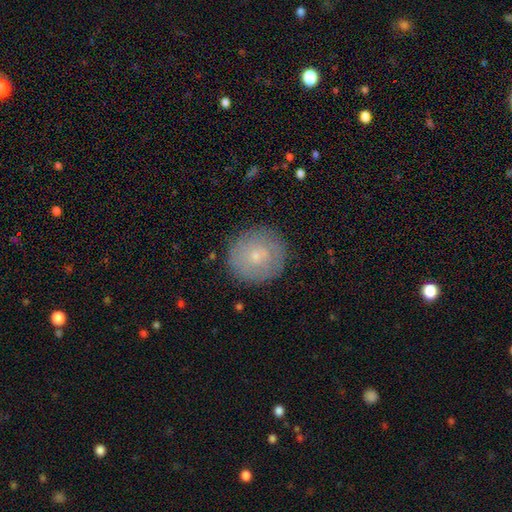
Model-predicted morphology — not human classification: Smooth or featured? smooth (59%)
How rounded? round (92%)
Merging? none (86%)